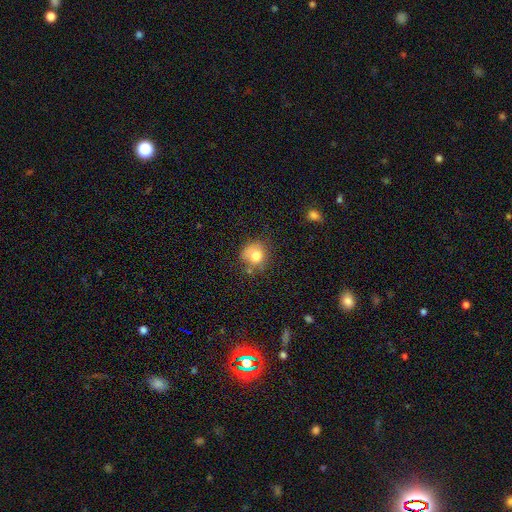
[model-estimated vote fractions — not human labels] A smooth galaxy with no disk features (77%) that is round (81%). Merging: none (58%).